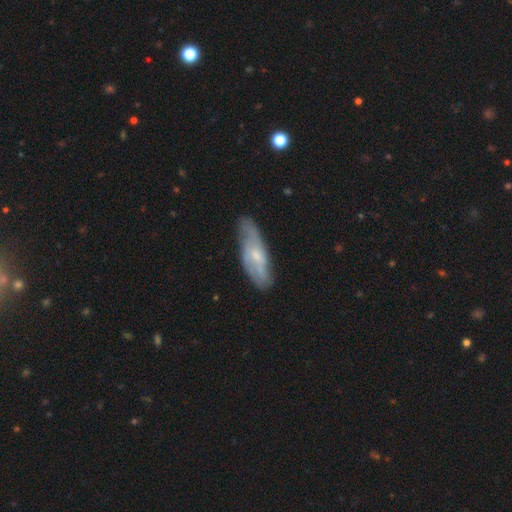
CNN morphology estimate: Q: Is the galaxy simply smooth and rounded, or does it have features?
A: featured or disk — 56%.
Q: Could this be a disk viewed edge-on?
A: no — 74%.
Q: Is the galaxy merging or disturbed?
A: none — 69%.